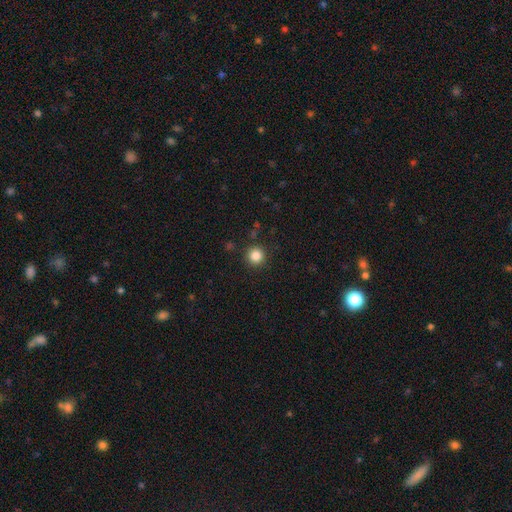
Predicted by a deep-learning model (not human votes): The model was most divided on "smooth or featured": smooth: 85%, star or artifact: 11%, featured or disk: 4%. More confident: how rounded — round (95%); merging — none (91%).